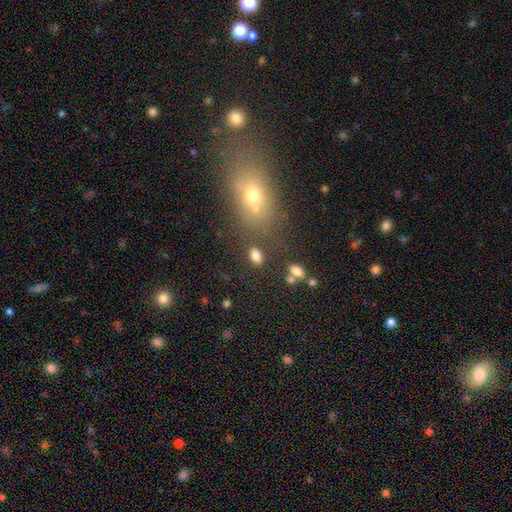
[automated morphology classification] Smooth or featured? Predicted: smooth (p=0.81). How rounded? Predicted: in between (p=0.86). Merging? Predicted: none (p=0.75).